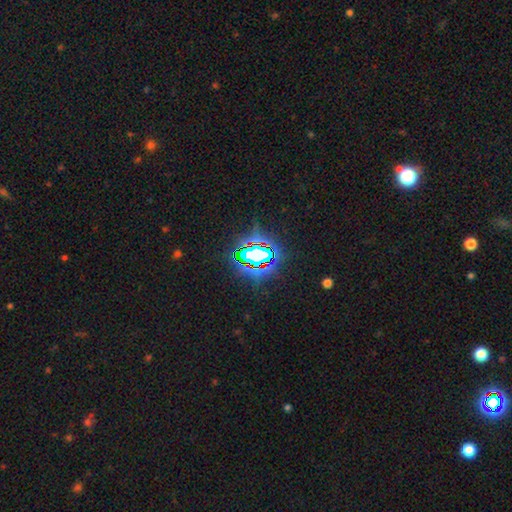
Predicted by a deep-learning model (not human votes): A star or artifact, not a galaxy (73%).